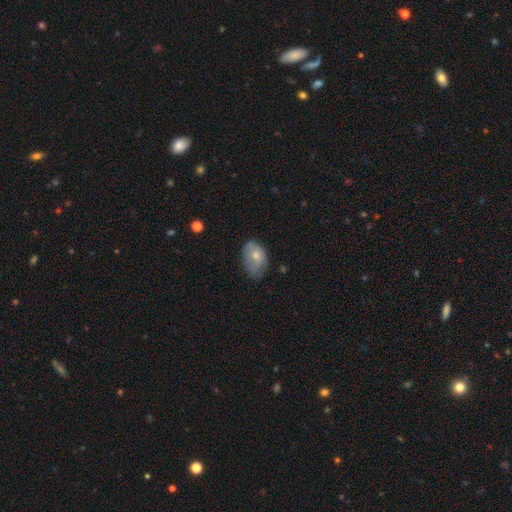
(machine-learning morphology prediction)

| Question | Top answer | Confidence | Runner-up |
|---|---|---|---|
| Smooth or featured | smooth | 69% | featured or disk (24%) |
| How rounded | in between | 85% | round (14%) |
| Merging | none | 47% | minor disturbance (38%) |